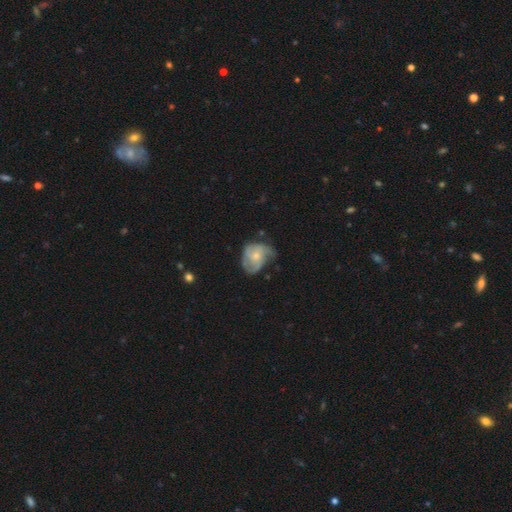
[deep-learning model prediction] featured or disk 62%, smooth 31%, star or artifact 7%. Down the decision tree: edge-on disk — no (98%); bar — no (78%); spiral arms — yes (79%); bulge size — small (54%); merging — none (42%).